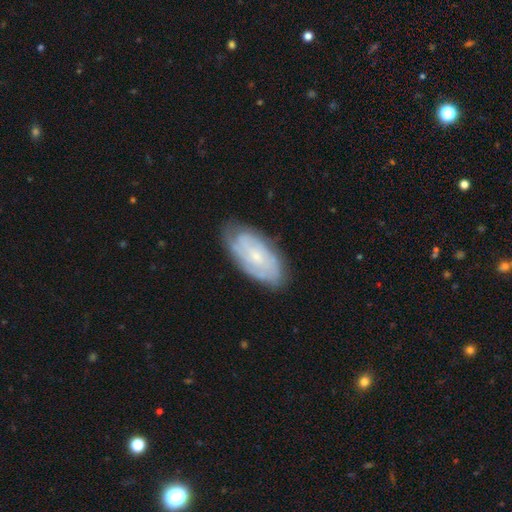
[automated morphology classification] Q: Smooth or featured?
A: featured or disk (65%); runner-up: smooth (28%)
Q: Edge-on disk?
A: no (93%); runner-up: yes (7%)
Q: Bar?
A: no (70%); runner-up: weak (26%)
Q: Spiral arms?
A: yes (86%); runner-up: no (14%)
Q: Spiral winding?
A: tight (67%); runner-up: medium (25%)
Q: Spiral arm count?
A: can't tell (54%); runner-up: 2 (20%)
Q: Bulge size?
A: small (71%); runner-up: moderate (21%)
Q: Merging?
A: none (75%); runner-up: minor disturbance (19%)